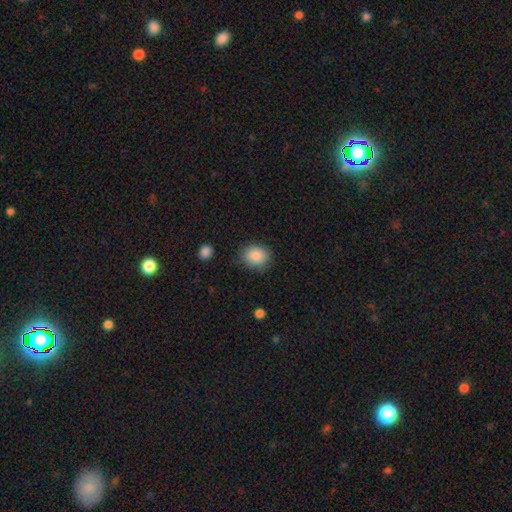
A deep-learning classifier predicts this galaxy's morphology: A smooth galaxy with no disk features (87%) that is round (65%).

Vote fractions:
- Smooth or featured? smooth: 87% / star or artifact: 8% / featured or disk: 4%
- How rounded? round: 65% / in between: 34% / cigar-shaped: 1%
- Merging? none: 79% / minor disturbance: 15% / major disturbance: 4% / merger: 2%